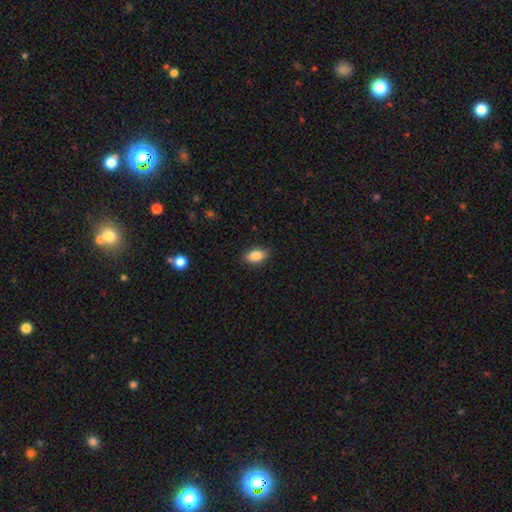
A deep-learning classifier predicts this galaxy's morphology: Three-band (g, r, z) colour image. It shows a smooth galaxy with no disk features (86%) that is in between round and cigar-shaped (88%). Merging: none (86%).